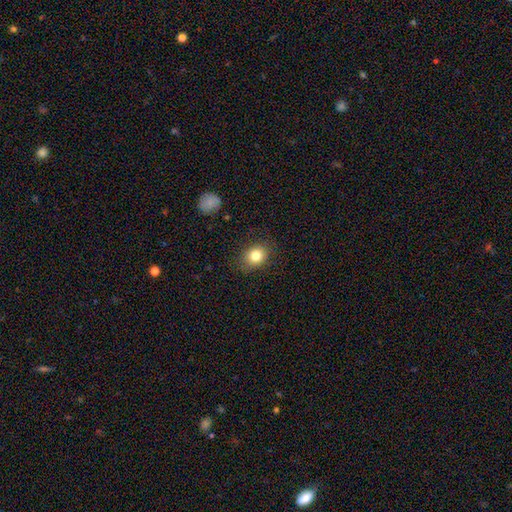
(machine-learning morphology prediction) This is clearly a smooth galaxy (80%). How rounded: possibly round (56%). Merging: clearly none (84%).